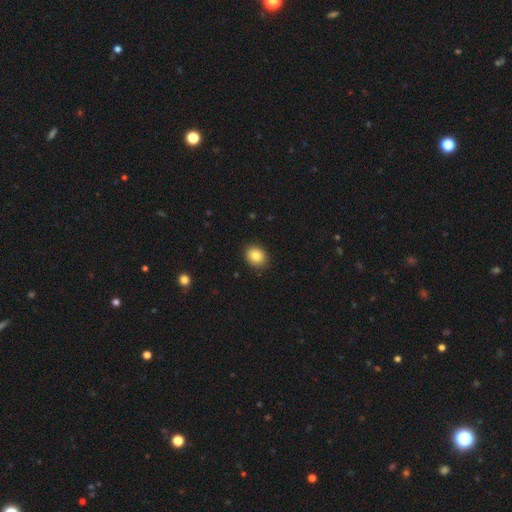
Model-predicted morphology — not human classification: smooth 83%, star or artifact 9%, featured or disk 8%. Down the decision tree: how rounded — round (59%); merging — none (89%).